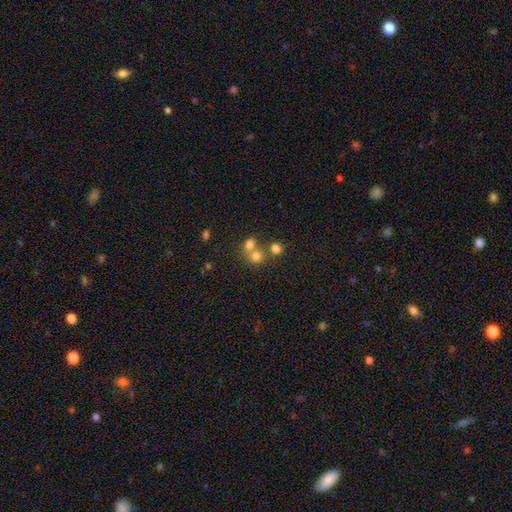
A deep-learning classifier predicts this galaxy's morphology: This appears to be a smooth galaxy with no disk features (72%) that is round (81%). Merging: merger (48%).